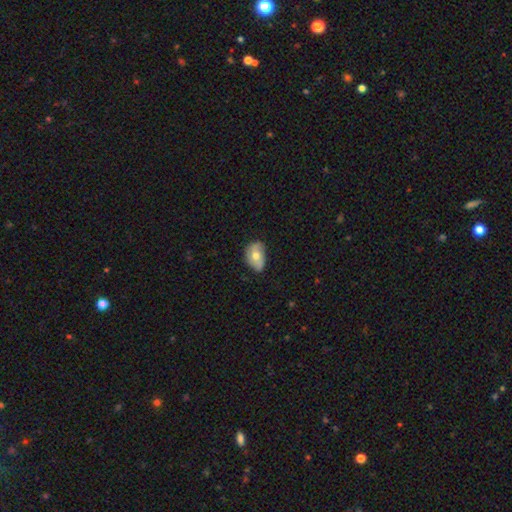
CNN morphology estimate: A smooth galaxy with no disk features (58%) that is in between round and cigar-shaped (82%).

Vote fractions:
- Smooth or featured? smooth: 58% / featured or disk: 35% / star or artifact: 7%
- How rounded? in between: 82% / round: 16% / cigar-shaped: 1%
- Merging? none: 57% / minor disturbance: 34% / major disturbance: 7% / merger: 2%